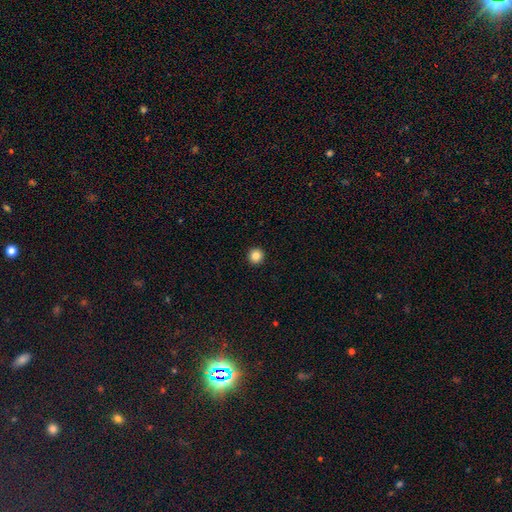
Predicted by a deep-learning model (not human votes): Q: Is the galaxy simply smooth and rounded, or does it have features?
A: smooth — 85%.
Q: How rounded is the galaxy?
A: round — 96%.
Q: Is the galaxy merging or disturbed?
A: none — 94%.